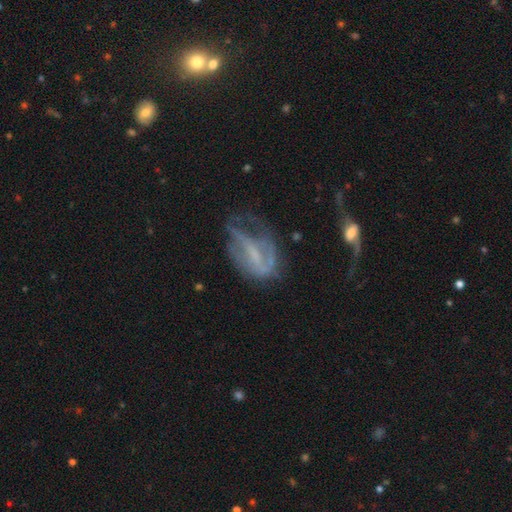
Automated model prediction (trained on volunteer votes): featured or disk 67%, smooth 22%, star or artifact 11%. Down the decision tree: edge-on disk — no (93%); bar — weak (37%); spiral arms — yes (61%); bulge size — none (43%); merging — major disturbance (38%).